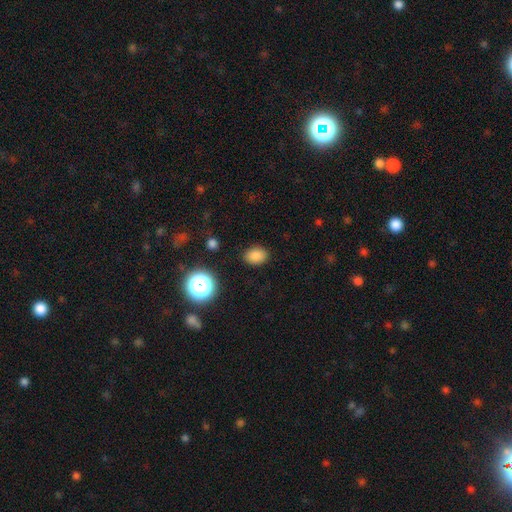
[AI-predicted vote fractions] Smooth or featured?
  - smooth: 82% *
  - star or artifact: 13%
  - featured or disk: 5%
How rounded?
  - in between: 69% *
  - round: 30%
  - cigar-shaped: 1%
Merging?
  - none: 86% *
  - minor disturbance: 9%
  - major disturbance: 3%
  - merger: 2%